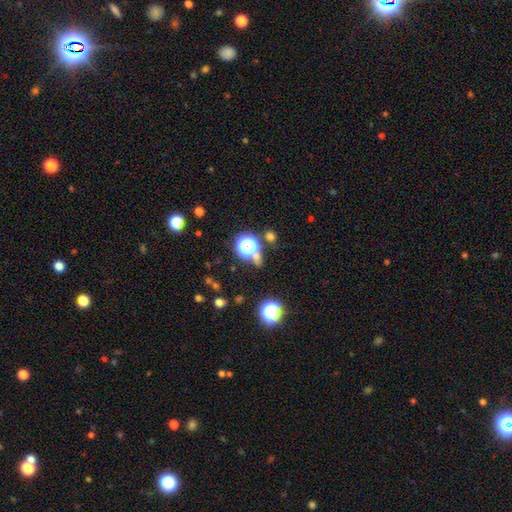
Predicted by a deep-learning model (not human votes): Overall: smooth (48%; star or artifact 43%). Merging: none (61%).